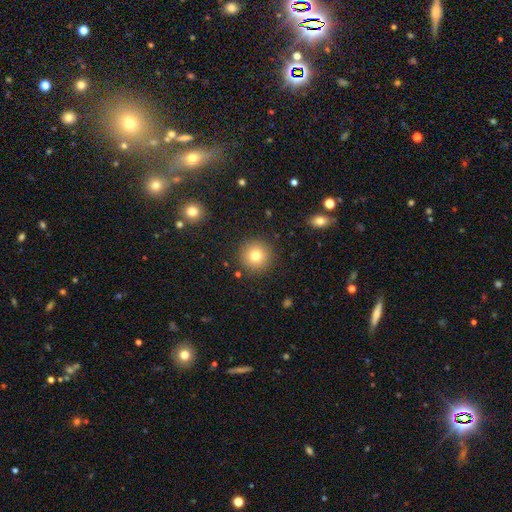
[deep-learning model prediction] smooth-or-featured: smooth: 77% | star or artifact: 12% | featured or disk: 11%
  how-rounded: round: 95% | in between: 4% | cigar-shaped: 1%
  merging: none: 90% | minor disturbance: 6% | major disturbance: 2% | merger: 2%